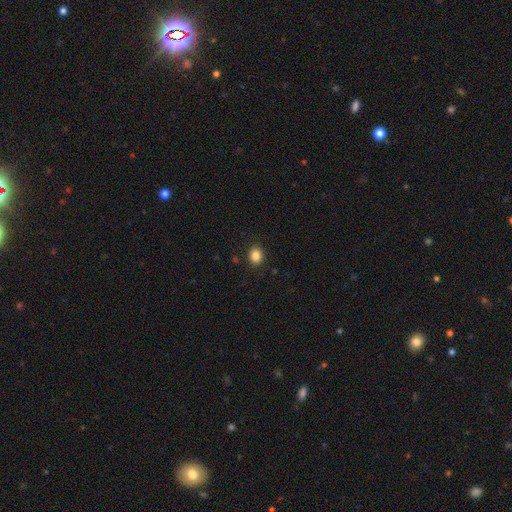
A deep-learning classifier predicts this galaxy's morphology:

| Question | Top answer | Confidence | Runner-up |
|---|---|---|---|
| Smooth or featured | smooth | 86% | star or artifact (10%) |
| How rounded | round | 59% | in between (40%) |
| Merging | none | 90% | minor disturbance (7%) |